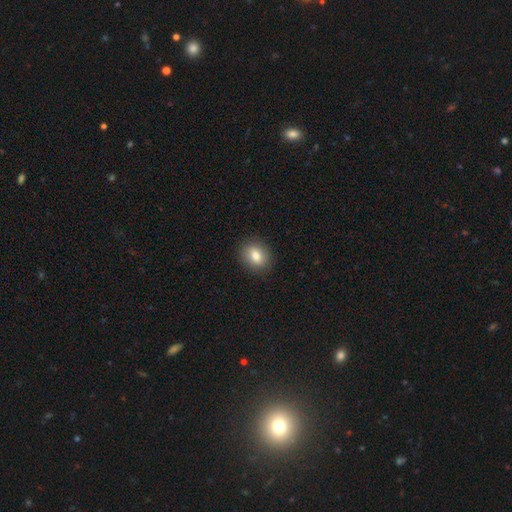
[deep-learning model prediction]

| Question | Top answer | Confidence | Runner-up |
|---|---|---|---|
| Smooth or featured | smooth | 82% | star or artifact (9%) |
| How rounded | in between | 54% | round (45%) |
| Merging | none | 89% | minor disturbance (8%) |